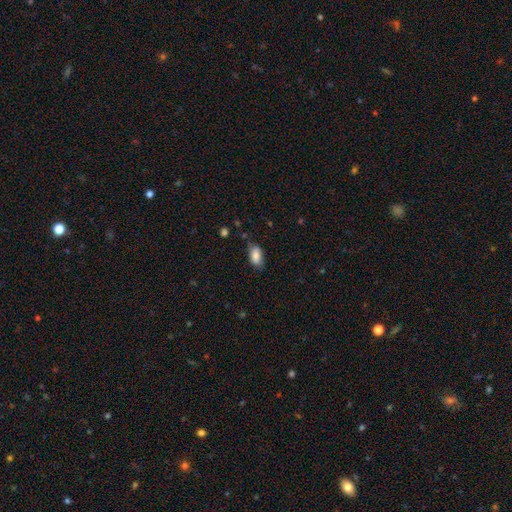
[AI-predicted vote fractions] Q: Smooth or featured?
A: smooth (82%); runner-up: featured or disk (11%)
Q: How rounded?
A: in between (91%); runner-up: cigar-shaped (5%)
Q: Merging?
A: none (73%); runner-up: minor disturbance (21%)